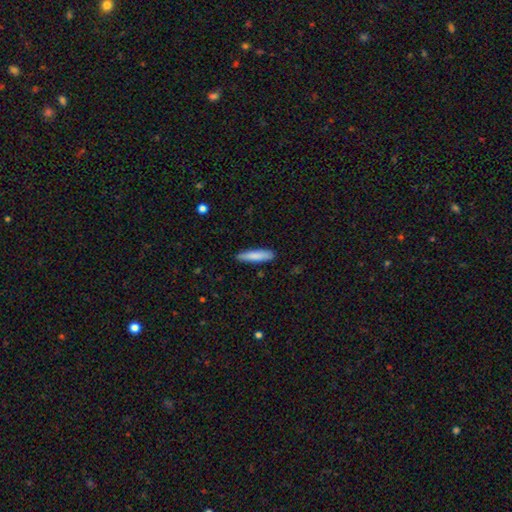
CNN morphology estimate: Overall: smooth (84%). How rounded: cigar-shaped (82%). Merging: none (87%).